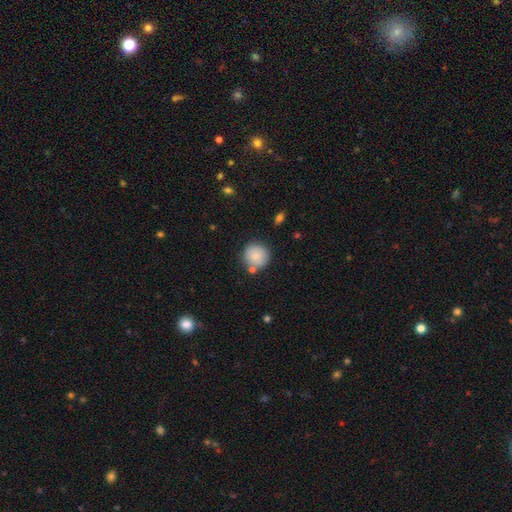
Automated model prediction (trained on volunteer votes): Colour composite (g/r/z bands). It shows a smooth galaxy with no disk features (78%) that is round (93%). Merging: none (78%).